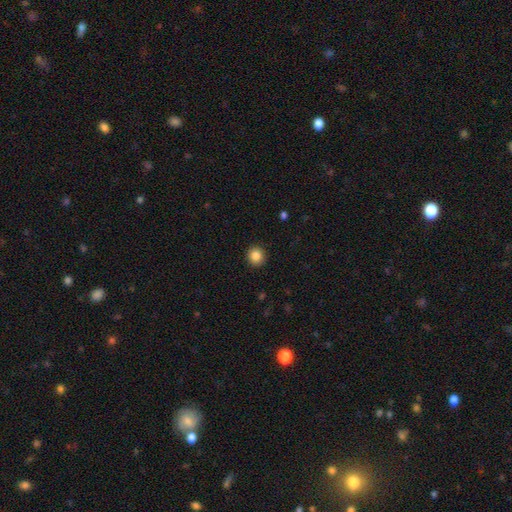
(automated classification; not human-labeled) This is clearly a smooth galaxy (86%). How rounded: clearly round (93%). Merging: clearly none (92%).